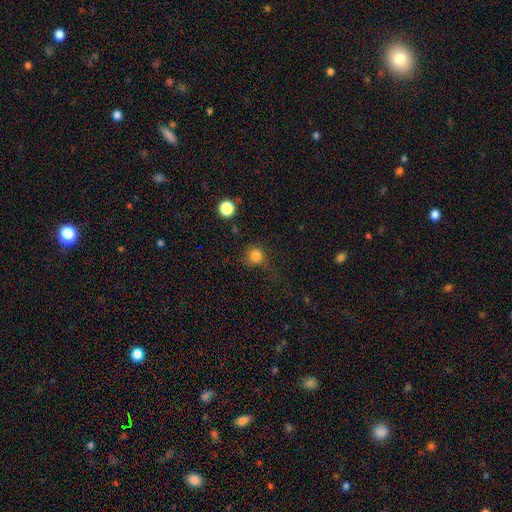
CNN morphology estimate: Overall: smooth (82%). How rounded: round (90%). Merging: none (69%).